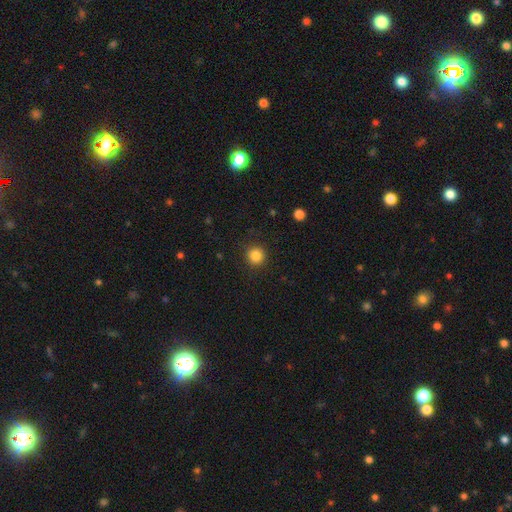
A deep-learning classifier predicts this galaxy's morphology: Smooth or featured?
  - smooth: 84% *
  - star or artifact: 11%
  - featured or disk: 5%
How rounded?
  - round: 94% *
  - in between: 5%
  - cigar-shaped: 1%
Merging?
  - none: 90% *
  - minor disturbance: 6%
  - major disturbance: 2%
  - merger: 1%